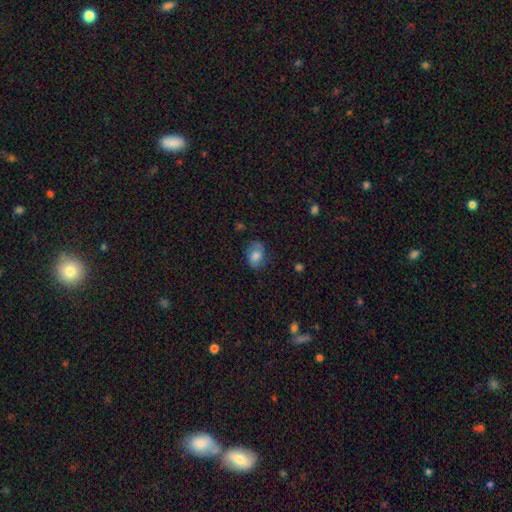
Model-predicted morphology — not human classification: Smooth or featured?
  - smooth: 74% *
  - featured or disk: 18%
  - star or artifact: 9%
How rounded?
  - in between: 72% *
  - round: 27%
  - cigar-shaped: 1%
Merging?
  - none: 66% *
  - minor disturbance: 24%
  - major disturbance: 8%
  - merger: 2%